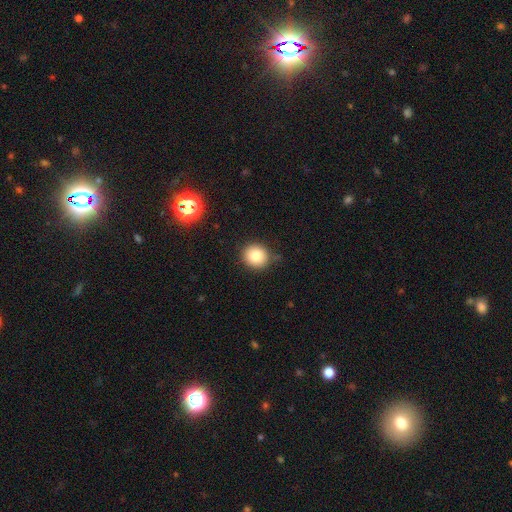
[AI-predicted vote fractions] smooth-or-featured: smooth: 82% | star or artifact: 10% | featured or disk: 7%
  how-rounded: round: 88% | in between: 11% | cigar-shaped: 1%
  merging: none: 83% | minor disturbance: 12% | major disturbance: 3% | merger: 2%